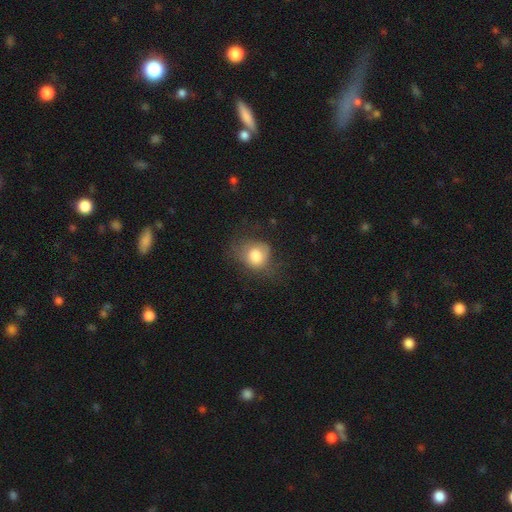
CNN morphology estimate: Smooth or featured? Predicted: smooth (p=0.78). How rounded? Predicted: round (p=0.64). Merging? Predicted: none (p=0.48).